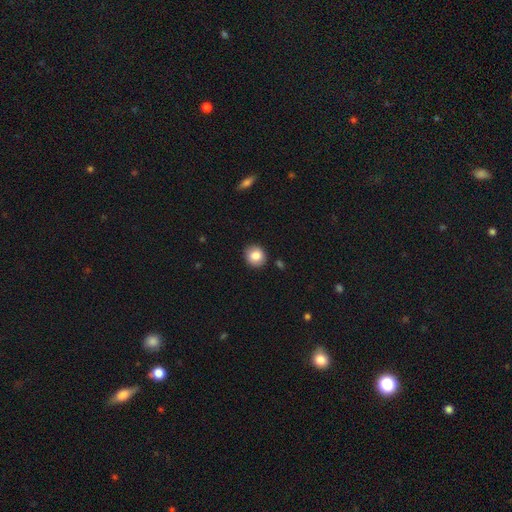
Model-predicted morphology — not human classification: This appears to be a smooth galaxy with no disk features (84%) that is round (82%). Merging: none (88%).